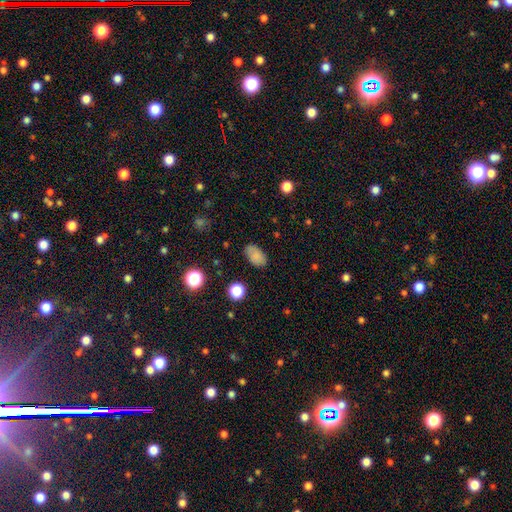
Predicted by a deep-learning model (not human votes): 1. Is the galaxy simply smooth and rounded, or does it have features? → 82% smooth, 12% star or artifact, 7% featured or disk.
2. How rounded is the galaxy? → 90% in between, 8% round, 2% cigar-shaped.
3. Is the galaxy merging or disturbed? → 79% none, 15% minor disturbance, 4% major disturbance, 2% merger.